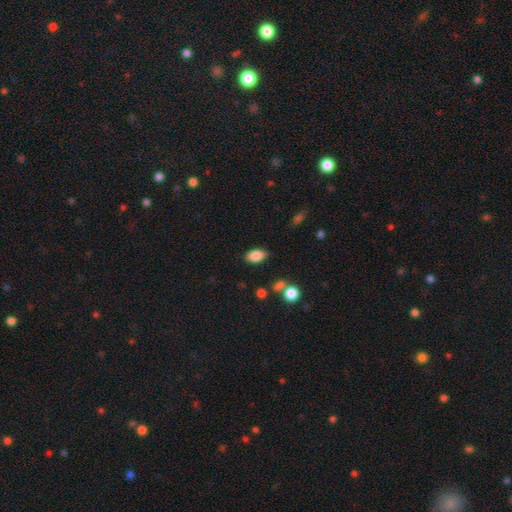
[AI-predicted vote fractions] Smooth or featured? smooth (84%)
How rounded? in between (91%)
Merging? none (81%)